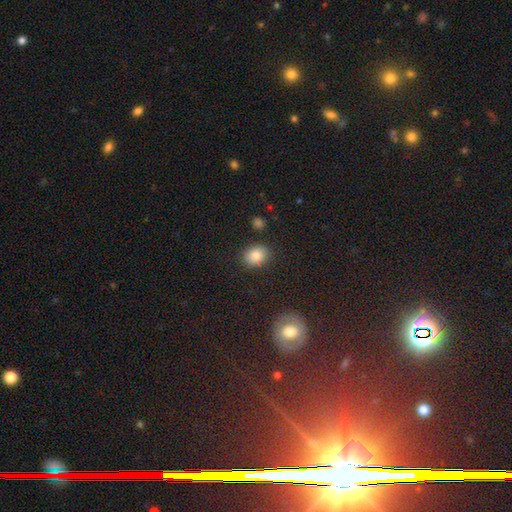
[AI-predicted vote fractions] A smooth galaxy with no disk features (83%) that is in between round and cigar-shaped (53%). Merging: none (85%).